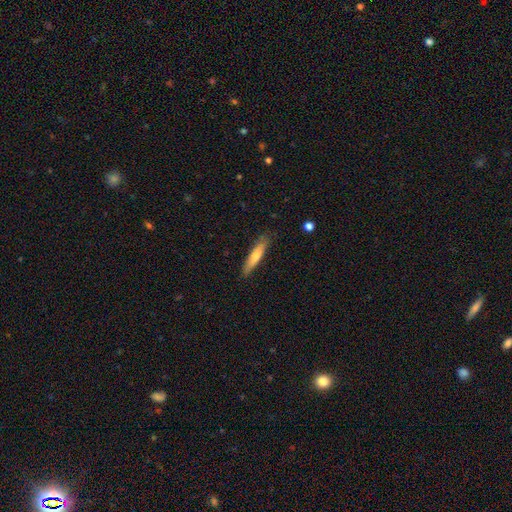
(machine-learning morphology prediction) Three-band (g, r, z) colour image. It shows a smooth galaxy with no disk features (62%) that is cigar-shaped (87%). Merging: none (86%).